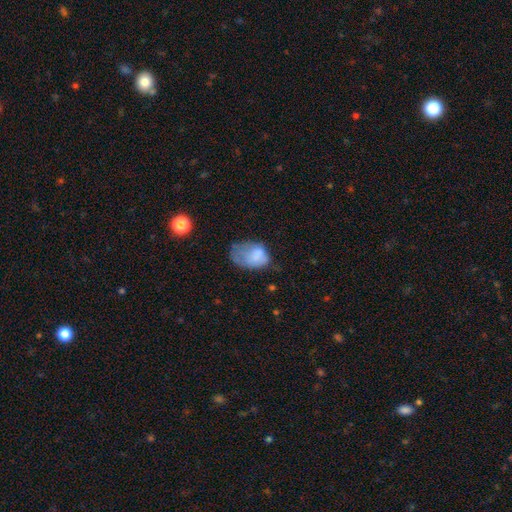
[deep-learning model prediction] smooth_or_featured: smooth (p=0.70) [alt: featured or disk p=0.20]
how_rounded: in between (p=0.80) [alt: round p=0.19]
merging: major disturbance (p=0.35) [alt: minor disturbance p=0.34]